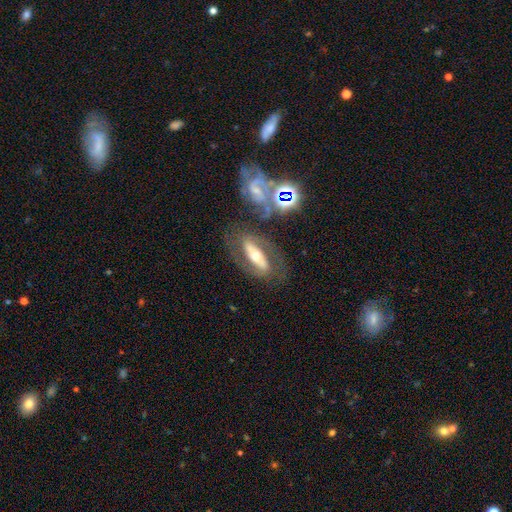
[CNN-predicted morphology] Smooth or featured?
  - featured or disk: 69% *
  - smooth: 22%
  - star or artifact: 9%
Edge-on disk?
  - no: 82% *
  - yes: 18%
Bar?
  - strong: 52% *
  - no: 30%
  - weak: 18%
Spiral arms?
  - yes: 72% *
  - no: 28%
Bulge size?
  - moderate: 60% *
  - small: 30%
  - large: 7%
  - dominant: 2%
  - none: 1%
Merging?
  - none: 67% *
  - minor disturbance: 15%
  - major disturbance: 11%
  - merger: 8%